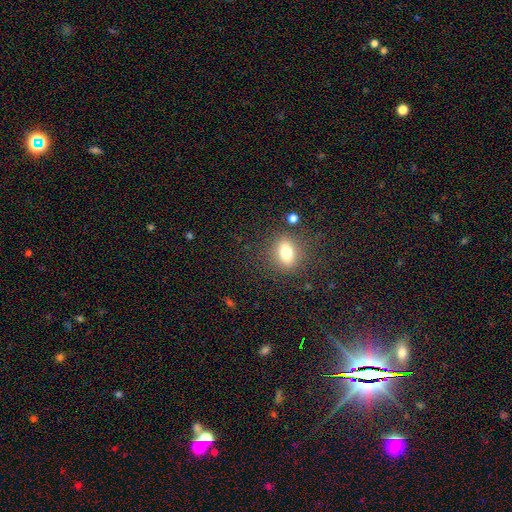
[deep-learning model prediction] smooth-or-featured: smooth: 44% | star or artifact: 42% | featured or disk: 14%
  merging: none: 86% | minor disturbance: 8% | major disturbance: 4% | merger: 2%